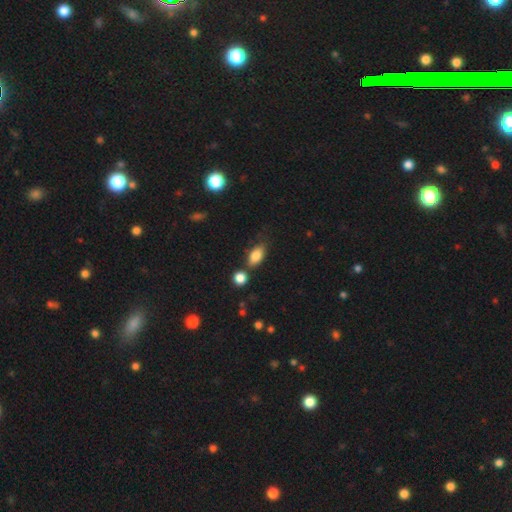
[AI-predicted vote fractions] Morphology: type=smooth (84%); roundness=in between (87%); merging=none (65%).